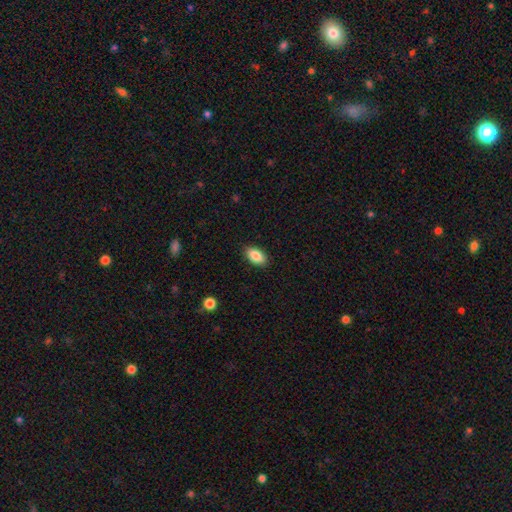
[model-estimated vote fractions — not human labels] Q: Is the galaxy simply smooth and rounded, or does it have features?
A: smooth — 87%.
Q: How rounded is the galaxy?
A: in between — 92%.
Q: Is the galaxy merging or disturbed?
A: none — 88%.